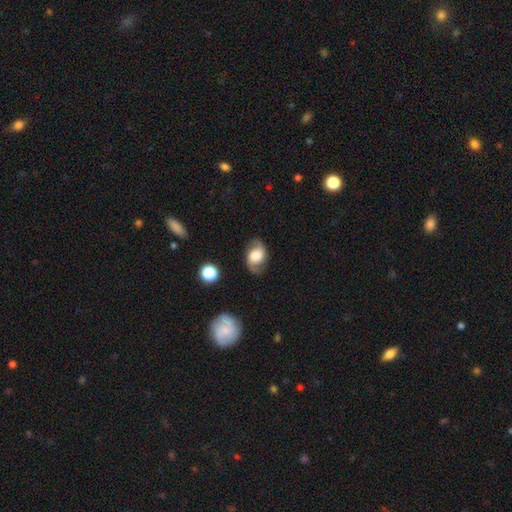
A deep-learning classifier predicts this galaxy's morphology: smooth_or_featured: featured or disk (p=0.57) [alt: smooth p=0.35]
disk_edge_on: no (p=0.96) [alt: yes p=0.04]
bar: no (p=0.57) [alt: weak p=0.34]
has_spiral_arms: yes (p=0.86) [alt: no p=0.14]
bulge_size: moderate (p=0.45) [alt: large p=0.35]
merging: none (p=0.76) [alt: minor disturbance p=0.17]